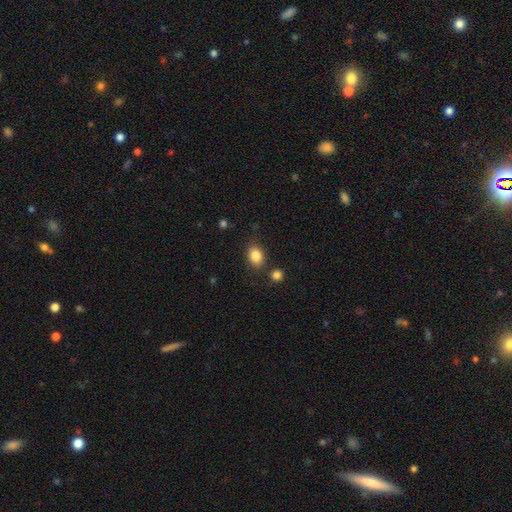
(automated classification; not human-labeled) Smooth or featured?
  - smooth: 85% *
  - star or artifact: 9%
  - featured or disk: 6%
How rounded?
  - in between: 68% *
  - round: 31%
  - cigar-shaped: 1%
Merging?
  - none: 78% *
  - minor disturbance: 13%
  - merger: 6%
  - major disturbance: 4%